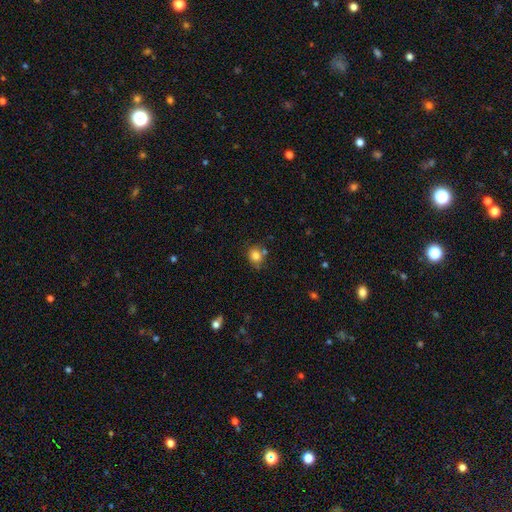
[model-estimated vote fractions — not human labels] The model was most divided on "how rounded": round: 70%, in between: 29%, cigar-shaped: 1%. More confident: smooth or featured — smooth (81%); merging — none (66%).